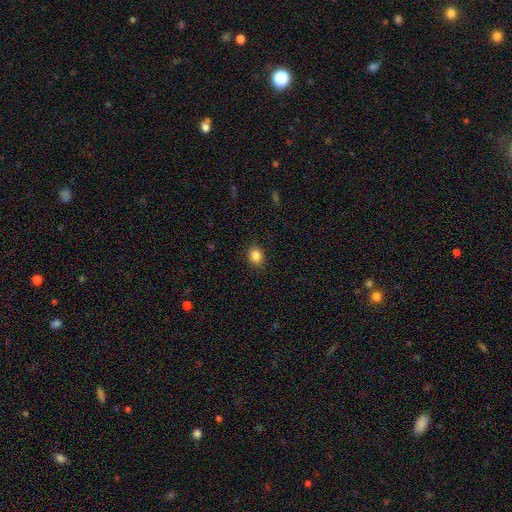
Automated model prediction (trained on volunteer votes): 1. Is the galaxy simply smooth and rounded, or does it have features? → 86% smooth, 10% star or artifact, 4% featured or disk.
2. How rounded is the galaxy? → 58% round, 42% in between, 1% cigar-shaped.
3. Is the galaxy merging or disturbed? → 89% none, 8% minor disturbance, 2% major disturbance, 1% merger.